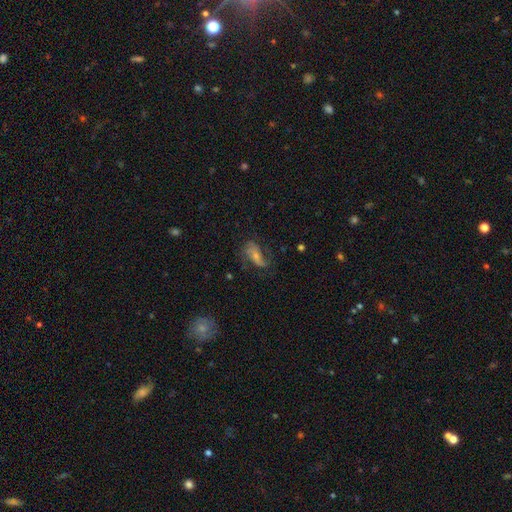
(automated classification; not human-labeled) Q: Smooth or featured?
A: featured or disk (71%); runner-up: smooth (17%)
Q: Edge-on disk?
A: no (95%); runner-up: yes (5%)
Q: Bar?
A: no (44%); runner-up: weak (36%)
Q: Spiral arms?
A: yes (91%); runner-up: no (9%)
Q: Spiral winding?
A: loose (46%); runner-up: medium (39%)
Q: Spiral arm count?
A: 2 (78%); runner-up: can't tell (8%)
Q: Bulge size?
A: small (53%); runner-up: moderate (37%)
Q: Merging?
A: none (63%); runner-up: minor disturbance (19%)